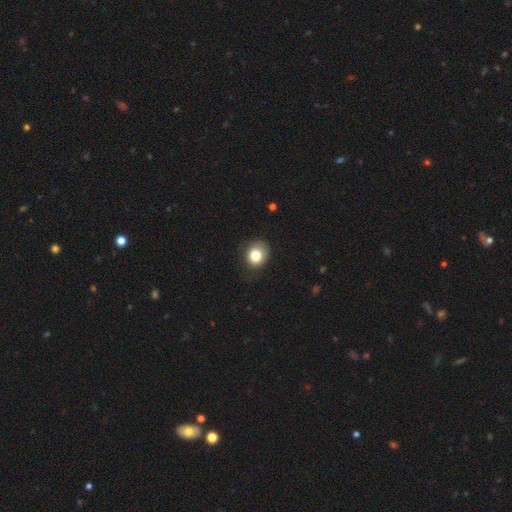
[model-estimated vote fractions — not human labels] This is clearly a smooth galaxy (80%). How rounded: likely round (70%). Merging: likely none (69%).